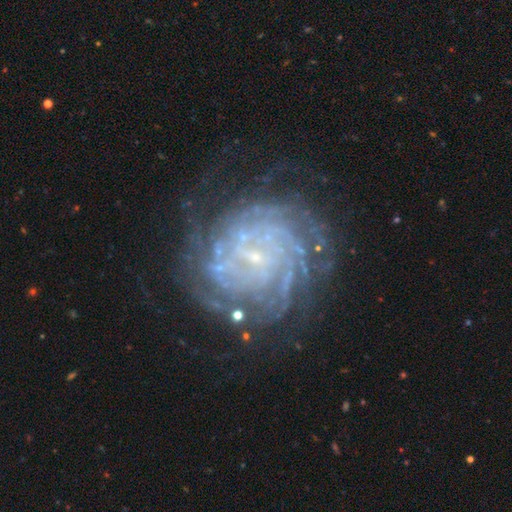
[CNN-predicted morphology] featured or disk 87%, star or artifact 7%, smooth 6%. Down the decision tree: edge-on disk — no (97%); bar — no (52%); spiral arms — yes (96%); spiral arm count — can't tell (28%, tied with more than 4); spiral winding — tight (79%); bulge size — small (83%); merging — none (70%).